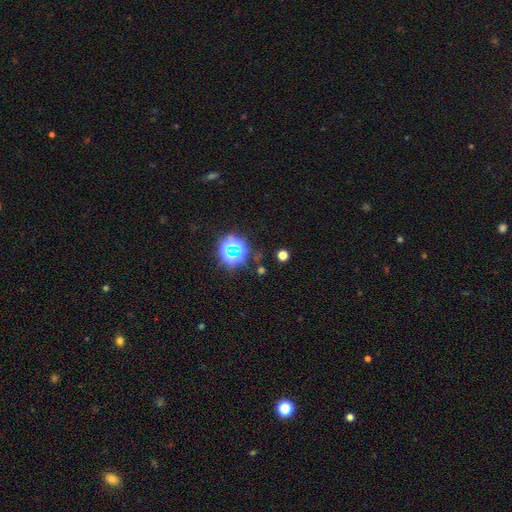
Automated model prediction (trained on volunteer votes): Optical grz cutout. It shows a star or artifact, not a galaxy (73%).